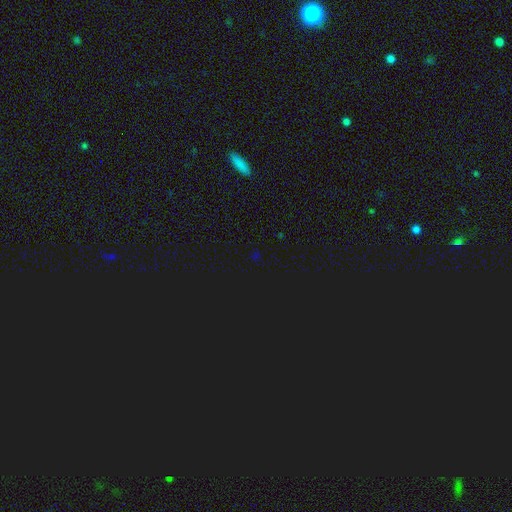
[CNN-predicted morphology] Smooth or featured: star or artifact — 76% (smooth — 18%)